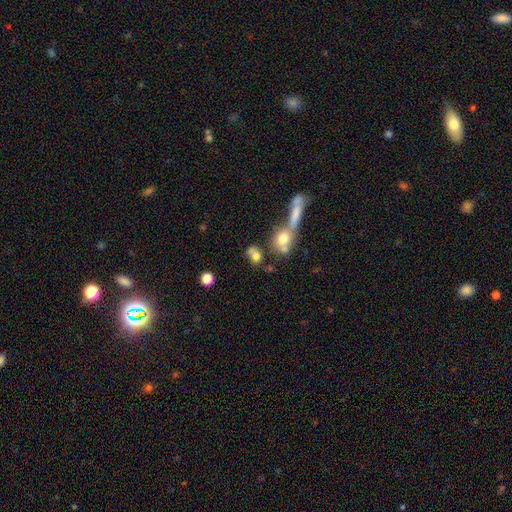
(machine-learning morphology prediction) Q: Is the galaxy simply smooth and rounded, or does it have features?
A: smooth — 71%.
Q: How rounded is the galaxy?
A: round — 56%.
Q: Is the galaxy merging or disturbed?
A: merger — 43%.